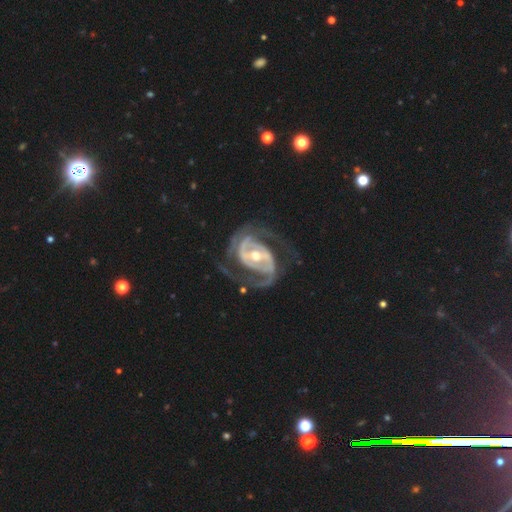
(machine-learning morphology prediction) smooth-or-featured: featured or disk: 92% | smooth: 4% | star or artifact: 4%
  disk-edge-on: no: 97% | yes: 3%
    bar: strong: 45% | weak: 36% | no: 19%
    has-spiral-arms: yes: 97% | no: 3%
      spiral-winding: medium: 50% | tight: 34% | loose: 16%
      spiral-arm-count: 2: 79% | 3: 8% | can't tell: 5% | 1: 3% | 4: 3% | more than 4: 2%
    bulge-size: moderate: 69% | small: 22% | large: 7% | none: 1% | dominant: 1%
  merging: none: 67% | minor disturbance: 16% | major disturbance: 15% | merger: 2%